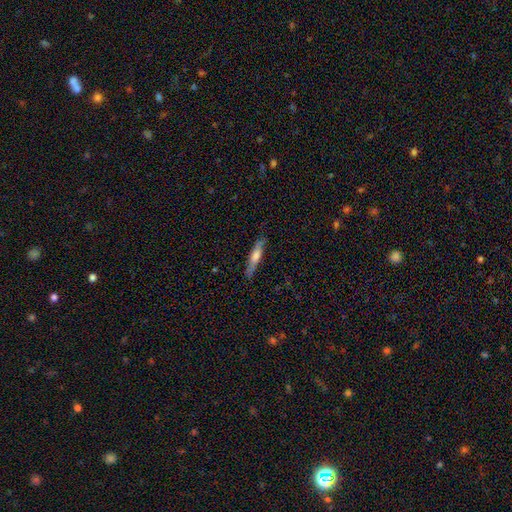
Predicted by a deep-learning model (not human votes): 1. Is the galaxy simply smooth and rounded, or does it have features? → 52% smooth, 42% featured or disk, 6% star or artifact.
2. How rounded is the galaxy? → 88% cigar-shaped, 10% in between, 2% round.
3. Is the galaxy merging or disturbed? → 81% none, 15% minor disturbance, 3% major disturbance, 1% merger.